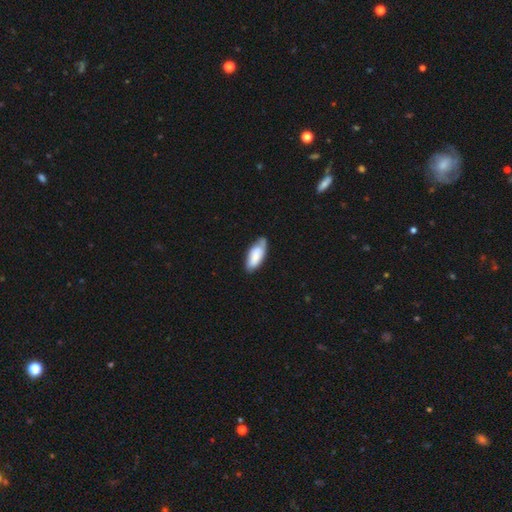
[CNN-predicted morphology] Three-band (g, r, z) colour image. It shows a smooth galaxy with no disk features (75%) that is in between round and cigar-shaped (81%). Merging: none (65%).